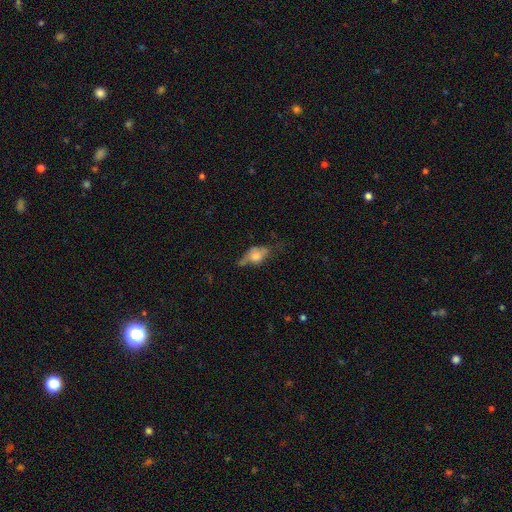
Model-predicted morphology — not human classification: A smooth galaxy with no disk features (49%).

Vote fractions:
- Smooth or featured? smooth: 49% / featured or disk: 41% / star or artifact: 10%
- Merging? none: 40% / minor disturbance: 32% / major disturbance: 22% / merger: 6%